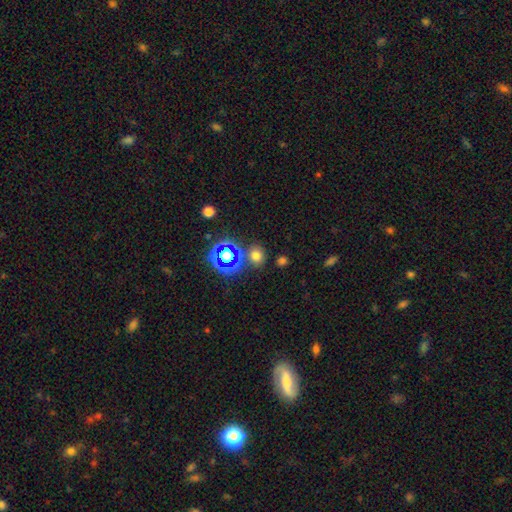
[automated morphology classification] smooth-or-featured: smooth: 66% | star or artifact: 27% | featured or disk: 7%
  how-rounded: round: 75% | in between: 24% | cigar-shaped: 1%
  merging: none: 78% | minor disturbance: 9% | merger: 9% | major disturbance: 4%